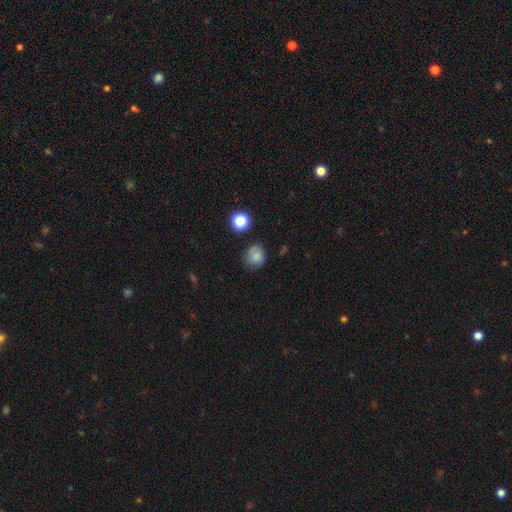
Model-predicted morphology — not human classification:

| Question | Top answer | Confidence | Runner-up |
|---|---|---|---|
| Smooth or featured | smooth | 71% | featured or disk (16%) |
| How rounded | round | 76% | in between (23%) |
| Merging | none | 66% | minor disturbance (24%) |